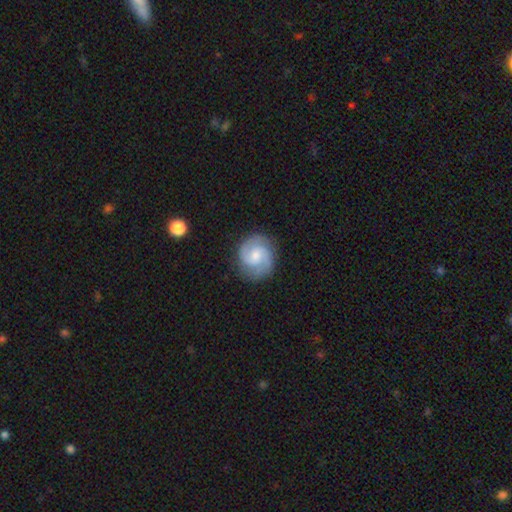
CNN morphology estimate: featured or disk 79%, smooth 16%, star or artifact 6%. Down the decision tree: edge-on disk — no (98%); bar — weak (47%); spiral arms — yes (97%); spiral arm count — 2 (85%); spiral winding — medium (51%); bulge size — moderate (42%); merging — none (83%).